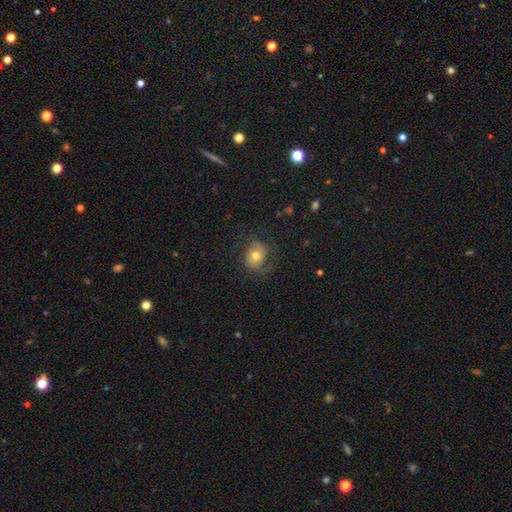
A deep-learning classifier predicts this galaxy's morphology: Smooth or featured? Predicted: smooth (p=0.54). How rounded? Predicted: in between (p=0.51). Merging? Predicted: none (p=0.62).